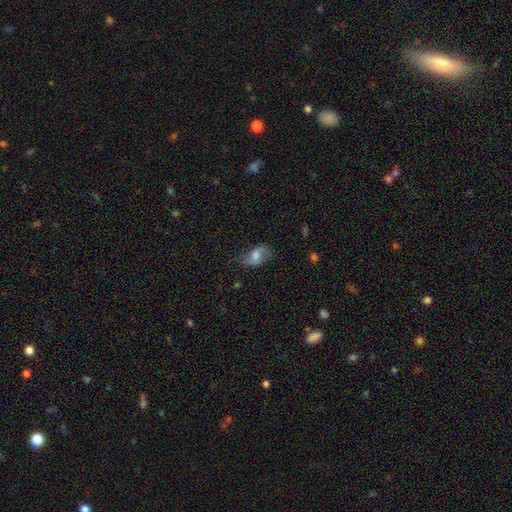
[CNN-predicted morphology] Overall: smooth (57%; featured or disk 34%). How rounded: in between (87%). Merging: none (59%; minor disturbance 27%).